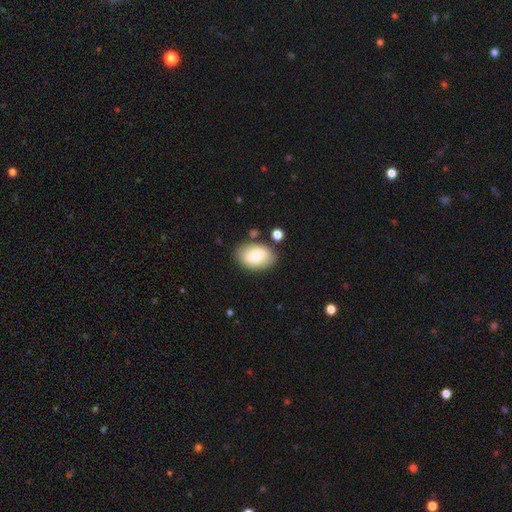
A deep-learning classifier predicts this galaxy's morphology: Smooth or featured? Predicted: smooth (p=0.72). How rounded? Predicted: in between (p=0.87). Merging? Predicted: none (p=0.80).